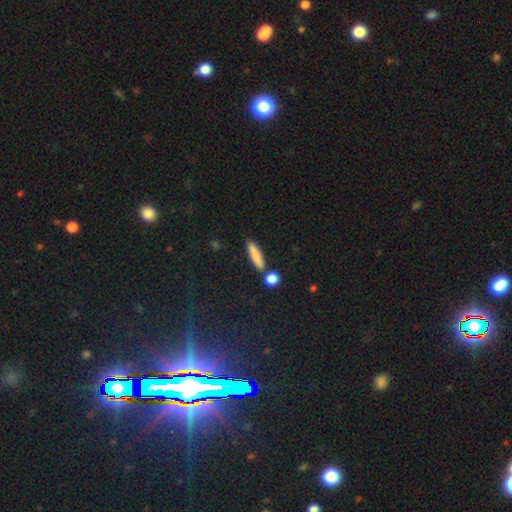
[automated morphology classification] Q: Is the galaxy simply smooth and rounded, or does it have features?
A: smooth — 81%.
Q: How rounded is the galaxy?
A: cigar-shaped — 77%.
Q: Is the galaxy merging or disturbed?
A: none — 79%.